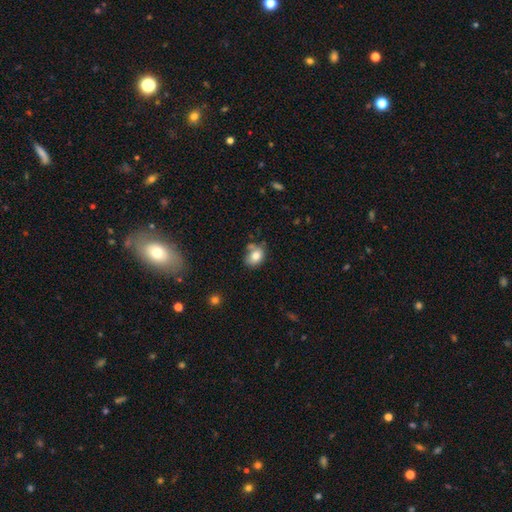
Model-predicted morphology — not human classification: Smooth or featured? smooth (79%)
How rounded? in between (68%)
Merging? none (54%)